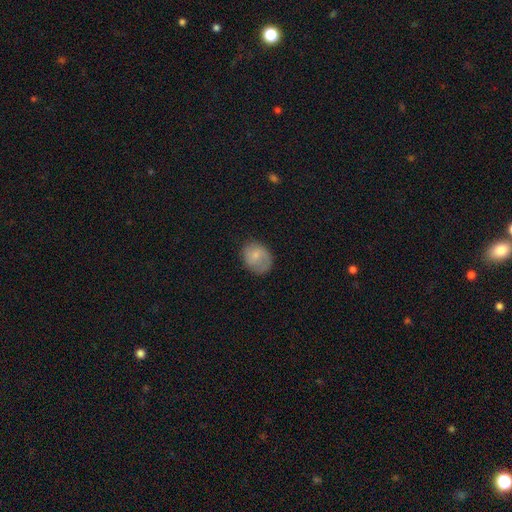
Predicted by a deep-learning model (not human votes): This appears to be a smooth galaxy with no disk features (64%) that is in between round and cigar-shaped (50%). Merging: none (68%).